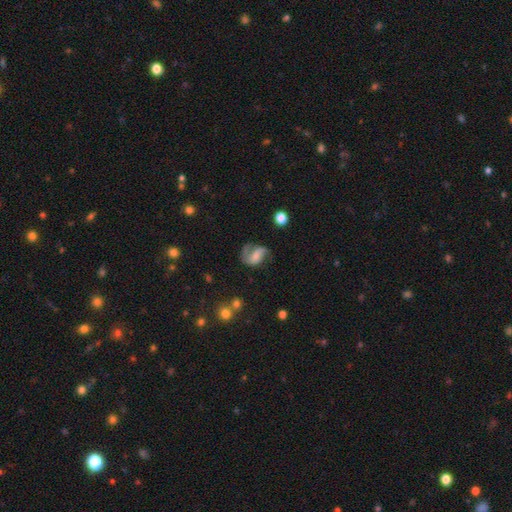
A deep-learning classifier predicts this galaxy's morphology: This is likely a featured or disk galaxy (65%). It is clearly not viewed edge-on (97%). Bar: marginally no (42%). Spiral arm pattern: clearly yes (88%). Spiral arm count: likely 2 (70%). Spiral winding: possibly loose (46%). Central bulge: marginally small (41%). Merging: marginally none (43%).